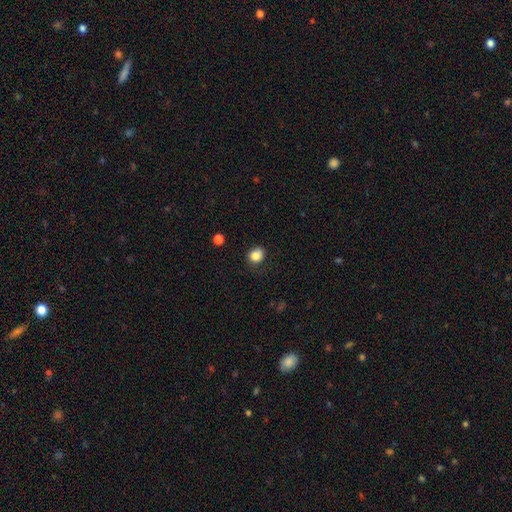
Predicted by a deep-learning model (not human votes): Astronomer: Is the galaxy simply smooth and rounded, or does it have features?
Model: smooth — 85%.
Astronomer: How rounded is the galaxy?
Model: round — 65%.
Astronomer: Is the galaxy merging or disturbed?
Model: none — 70%.